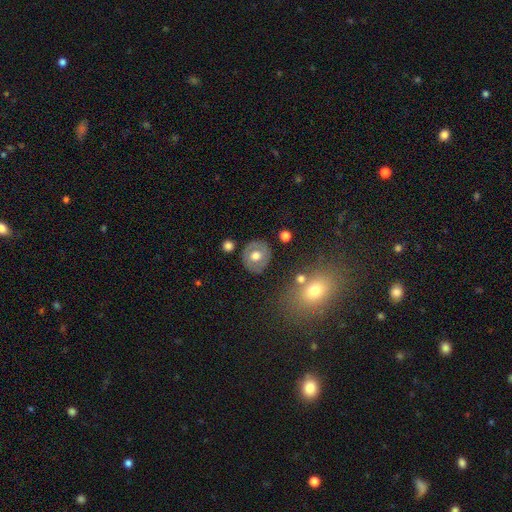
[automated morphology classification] The model was most divided on "smooth or featured": smooth: 53%, featured or disk: 39%, star or artifact: 7%. More confident: merging — none (82%); how rounded — round (74%).